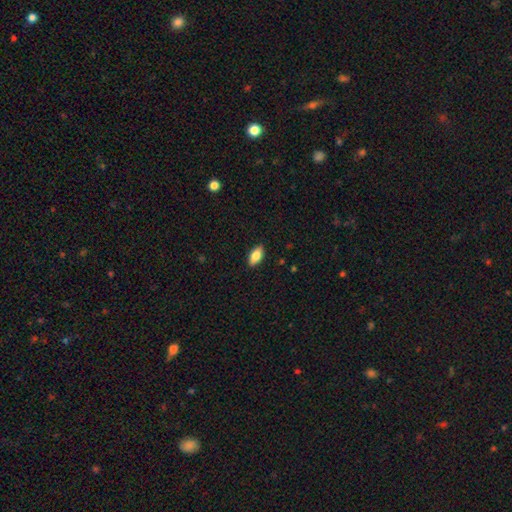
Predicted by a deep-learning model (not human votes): Smooth or featured: smooth — 78% (featured or disk — 15%)
How rounded: in between — 89% (cigar-shaped — 8%)
Merging: none — 89% (minor disturbance — 8%)